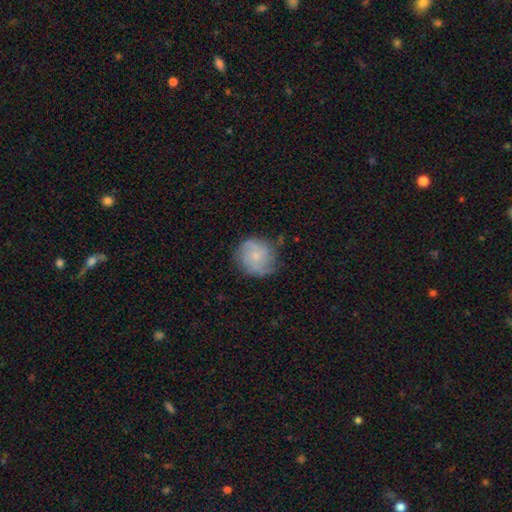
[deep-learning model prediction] Smooth or featured?
  - featured or disk: 49% *
  - smooth: 43%
  - star or artifact: 8%
Merging?
  - none: 71% *
  - minor disturbance: 20%
  - major disturbance: 7%
  - merger: 2%